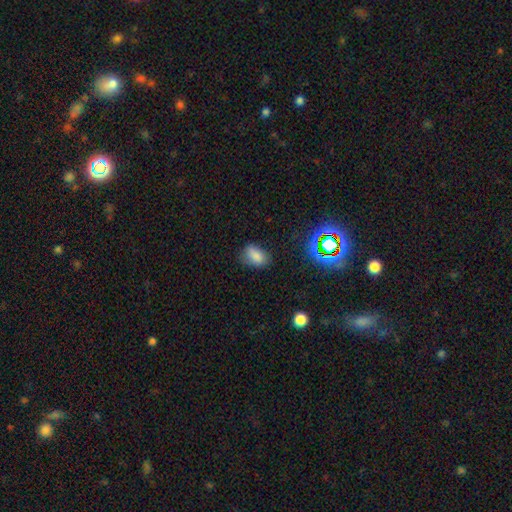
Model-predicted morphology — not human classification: type=smooth (79%); roundness=in between (84%); merging=none (68%).